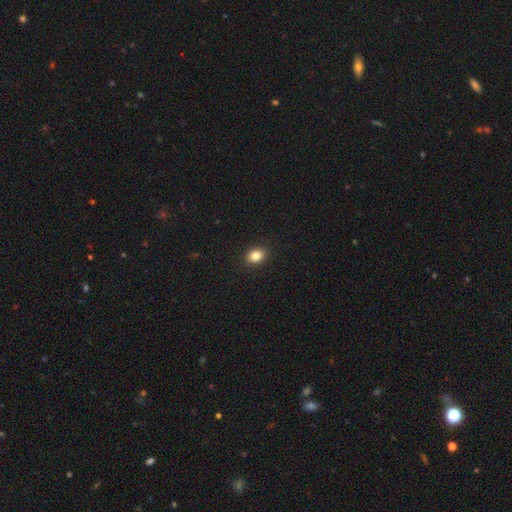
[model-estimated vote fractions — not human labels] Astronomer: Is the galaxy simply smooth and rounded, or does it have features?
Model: smooth — 84%.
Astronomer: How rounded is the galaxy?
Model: in between — 62%.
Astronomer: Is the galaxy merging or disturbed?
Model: none — 90%.